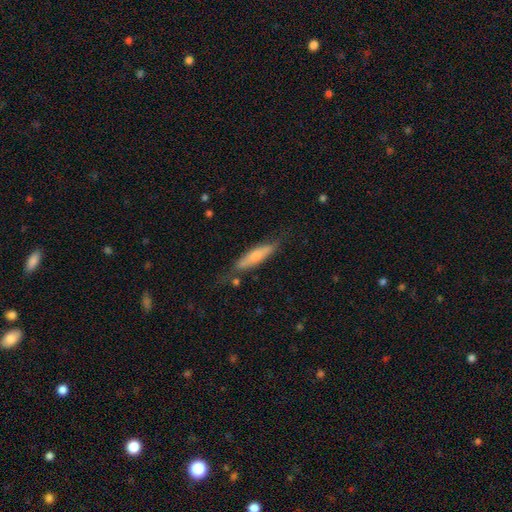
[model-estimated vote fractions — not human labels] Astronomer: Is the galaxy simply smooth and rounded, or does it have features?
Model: smooth — 61%.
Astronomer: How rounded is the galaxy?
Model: cigar-shaped — 80%.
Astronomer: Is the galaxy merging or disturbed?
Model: none — 69%.